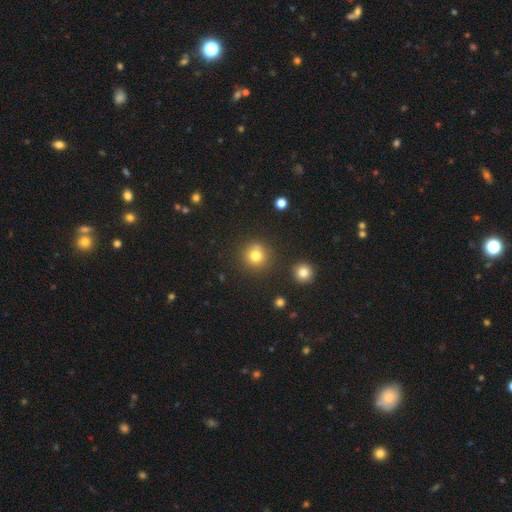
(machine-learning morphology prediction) This appears to be a smooth galaxy with no disk features (79%) that is round (93%). Merging: none (84%).